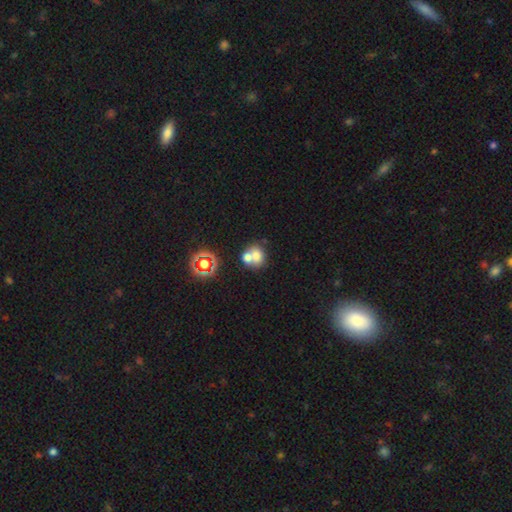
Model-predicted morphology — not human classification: smooth-or-featured: smooth: 69% | featured or disk: 18% | star or artifact: 13%
  how-rounded: round: 71% | in between: 28% | cigar-shaped: 1%
  merging: merger: 57% | none: 33% | minor disturbance: 7% | major disturbance: 3%